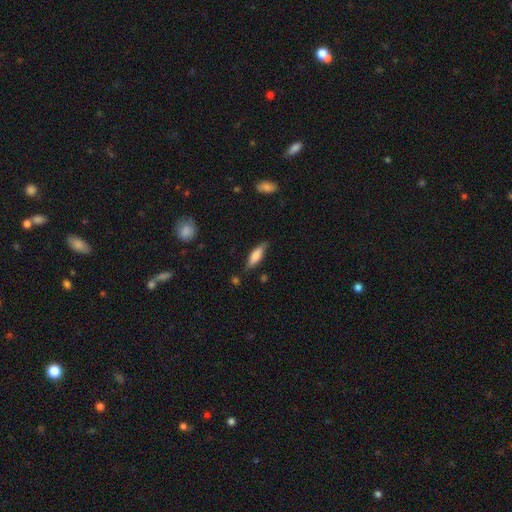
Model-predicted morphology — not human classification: A smooth galaxy with no disk features (71%) that is cigar-shaped (50%).

Vote fractions:
- Smooth or featured? smooth: 71% / featured or disk: 23% / star or artifact: 6%
- How rounded? cigar-shaped: 50% / in between: 49% / round: 2%
- Merging? none: 78% / minor disturbance: 17% / major disturbance: 3% / merger: 2%